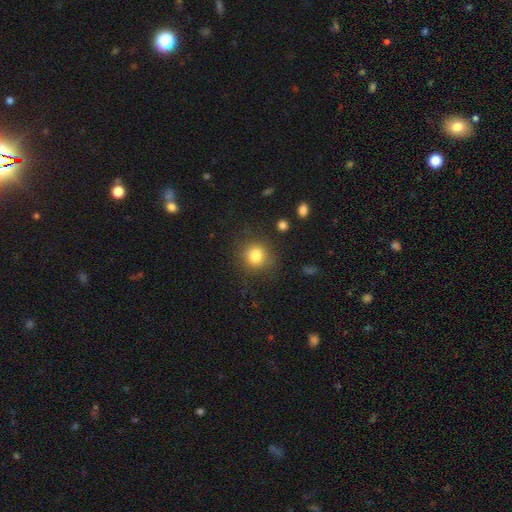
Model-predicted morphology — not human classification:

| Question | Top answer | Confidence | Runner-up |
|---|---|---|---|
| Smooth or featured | smooth | 81% | star or artifact (11%) |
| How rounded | round | 87% | in between (12%) |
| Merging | none | 84% | minor disturbance (10%) |